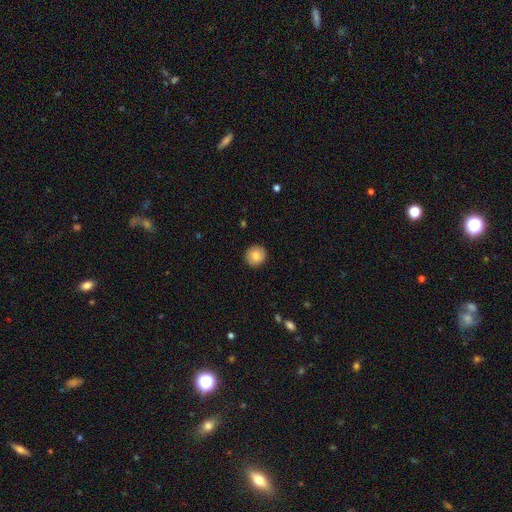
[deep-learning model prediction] A smooth galaxy with no disk features (83%) that is round (92%).

Vote fractions:
- Smooth or featured? smooth: 83% / featured or disk: 9% / star or artifact: 8%
- How rounded? round: 92% / in between: 7% / cigar-shaped: 1%
- Merging? none: 91% / minor disturbance: 6% / major disturbance: 2% / merger: 1%